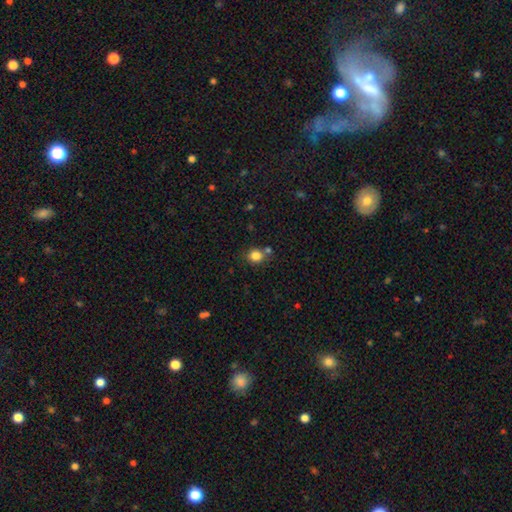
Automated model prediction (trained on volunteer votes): Smooth or featured? Predicted: smooth (p=0.83). How rounded? Predicted: round (p=0.79). Merging? Predicted: none (p=0.69).